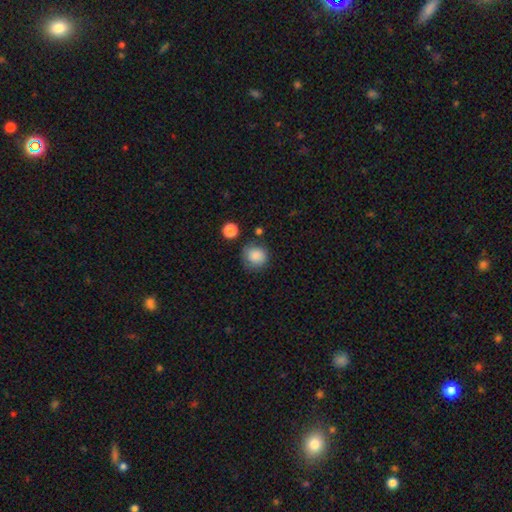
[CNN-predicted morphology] Smooth or featured?
  - smooth: 86% *
  - star or artifact: 9%
  - featured or disk: 5%
How rounded?
  - round: 88% *
  - in between: 11%
  - cigar-shaped: 1%
Merging?
  - none: 78% *
  - minor disturbance: 14%
  - major disturbance: 4%
  - merger: 4%